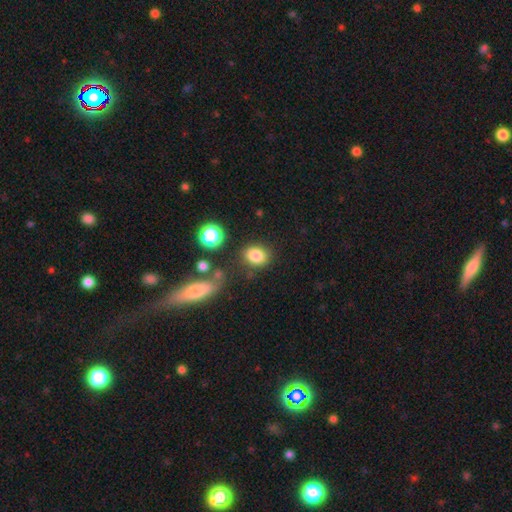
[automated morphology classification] Q: Smooth or featured?
A: smooth (82%); runner-up: star or artifact (11%)
Q: How rounded?
A: in between (58%); runner-up: round (41%)
Q: Merging?
A: none (77%); runner-up: minor disturbance (13%)